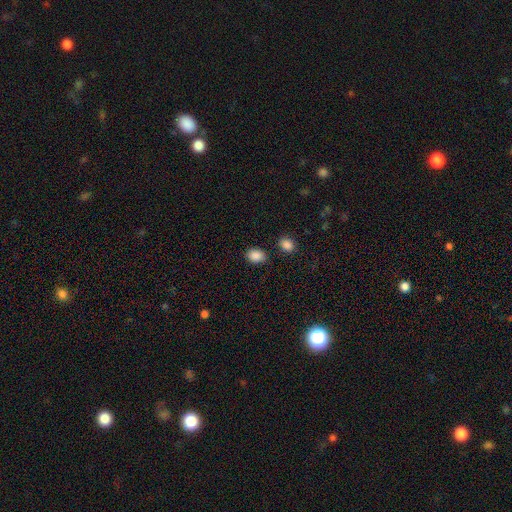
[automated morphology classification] smooth-or-featured: smooth: 88% | star or artifact: 9% | featured or disk: 3%
  how-rounded: in between: 64% | round: 35% | cigar-shaped: 1%
  merging: none: 81% | minor disturbance: 12% | merger: 5% | major disturbance: 3%